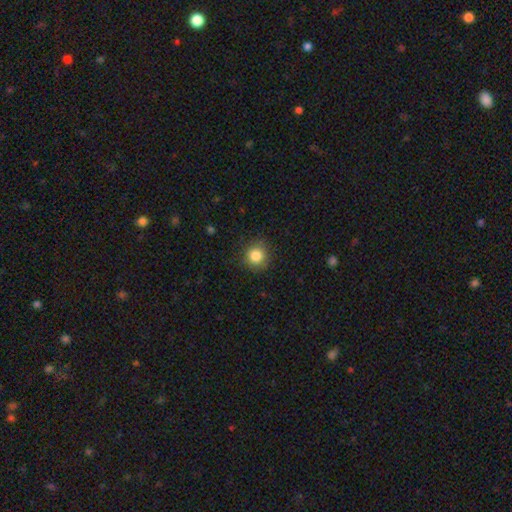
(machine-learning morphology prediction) Smooth or featured?
  - smooth: 85% *
  - star or artifact: 10%
  - featured or disk: 5%
How rounded?
  - round: 91% *
  - in between: 8%
  - cigar-shaped: 1%
Merging?
  - none: 84% *
  - minor disturbance: 12%
  - major disturbance: 3%
  - merger: 1%